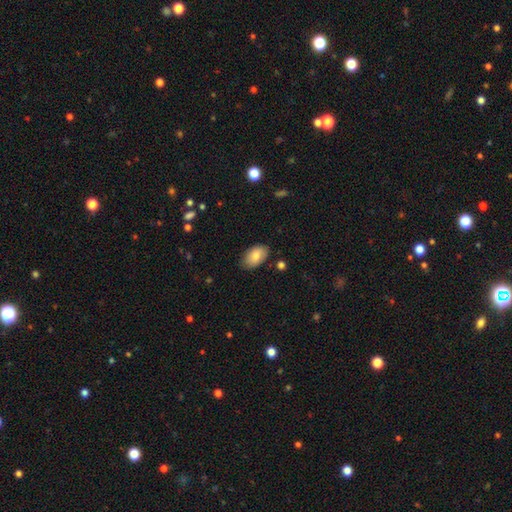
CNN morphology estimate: smooth_or_featured: smooth (p=0.82) [alt: featured or disk p=0.11]
how_rounded: in between (p=0.92) [alt: round p=0.06]
merging: none (p=0.82) [alt: minor disturbance p=0.14]